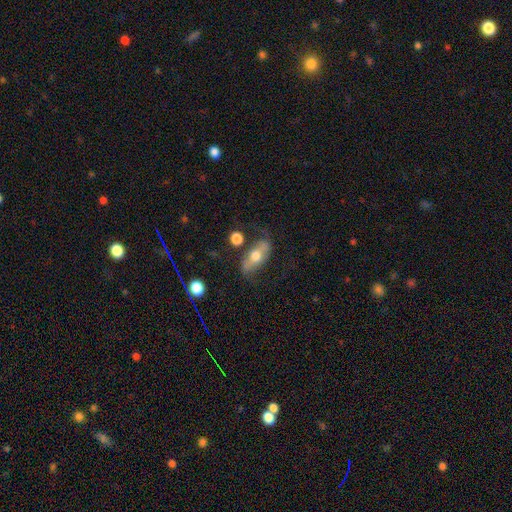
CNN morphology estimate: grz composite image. It shows a featured or disk galaxy (49%). Merging: none (66%).